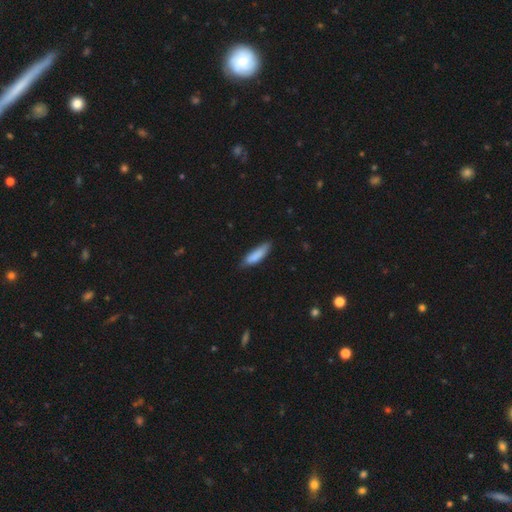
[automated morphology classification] Smooth or featured: smooth — 84% (featured or disk — 10%)
How rounded: cigar-shaped — 60% (in between — 38%)
Merging: none — 71% (minor disturbance — 24%)